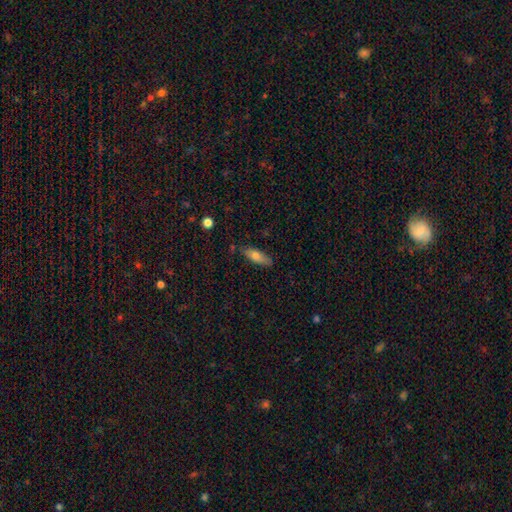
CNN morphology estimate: smooth 73%, featured or disk 20%, star or artifact 7%. Down the decision tree: how rounded — in between (59%); merging — none (77%).